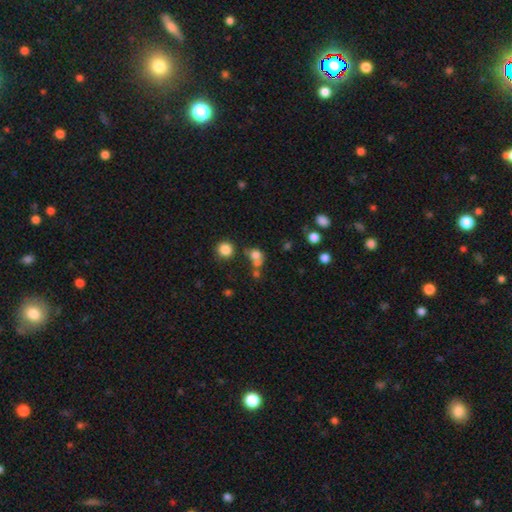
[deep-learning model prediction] This appears to be a smooth galaxy with no disk features (72%) that is round (69%). Merging: none (41%).